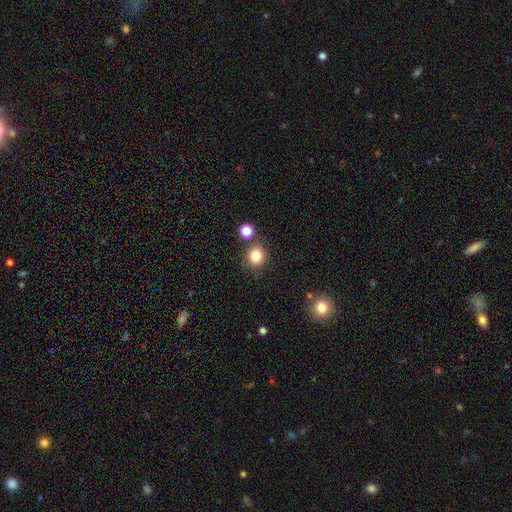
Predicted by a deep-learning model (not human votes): Smooth or featured? Predicted: smooth (p=0.83). How rounded? Predicted: round (p=0.80). Merging? Predicted: none (p=0.76).